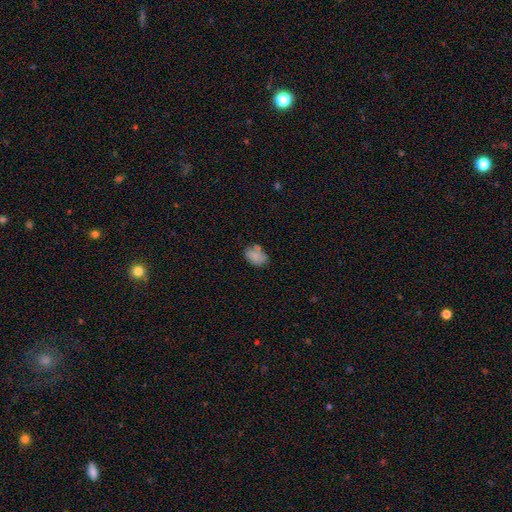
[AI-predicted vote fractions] The model was most divided on "merging": none: 62%, minor disturbance: 23%, merger: 8%, major disturbance: 6%. More confident: how rounded — in between (81%); smooth or featured — smooth (80%).